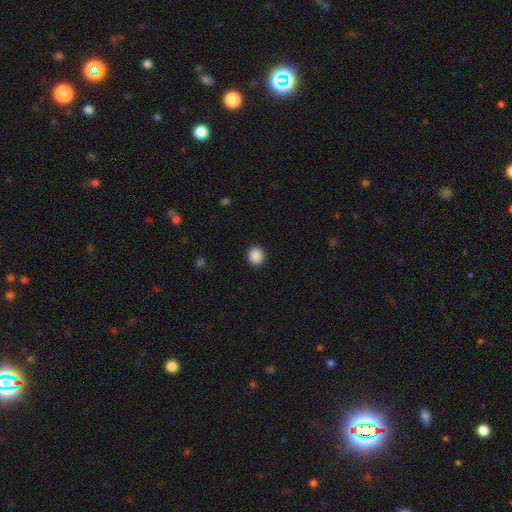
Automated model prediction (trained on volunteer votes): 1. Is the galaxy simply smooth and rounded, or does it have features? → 89% smooth, 9% star or artifact, 2% featured or disk.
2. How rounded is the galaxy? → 83% round, 16% in between, 1% cigar-shaped.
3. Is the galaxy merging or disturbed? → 92% none, 5% minor disturbance, 2% major disturbance, 1% merger.